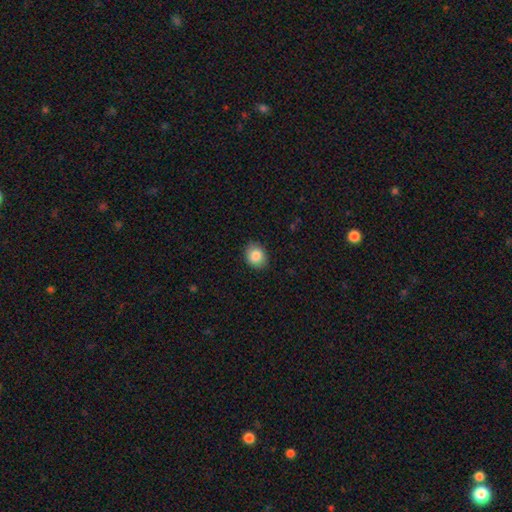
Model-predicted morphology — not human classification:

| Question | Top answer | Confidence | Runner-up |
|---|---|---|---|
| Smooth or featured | smooth | 86% | star or artifact (9%) |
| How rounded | round | 60% | in between (39%) |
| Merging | none | 86% | minor disturbance (11%) |